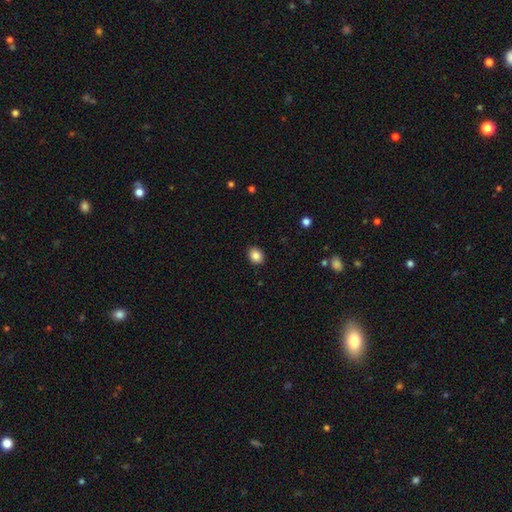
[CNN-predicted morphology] A smooth galaxy with no disk features (86%) that is in between round and cigar-shaped (51%). Merging: none (90%).